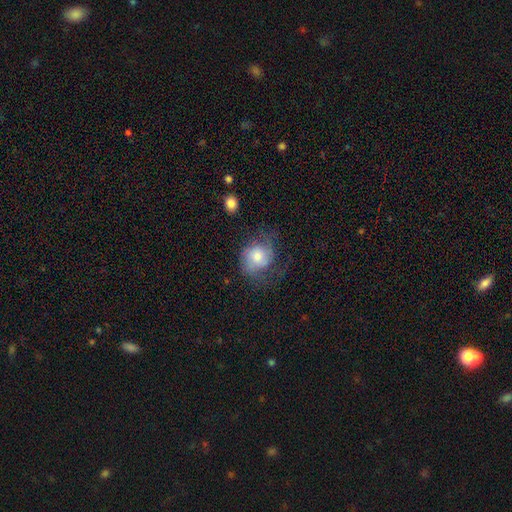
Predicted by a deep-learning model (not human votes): smooth_or_featured: smooth (p=0.62) [alt: featured or disk p=0.30]
how_rounded: round (p=0.69) [alt: in between p=0.30]
merging: none (p=0.45) [alt: major disturbance p=0.27]